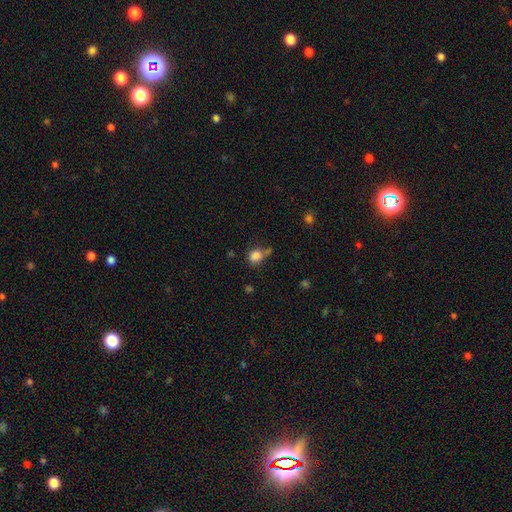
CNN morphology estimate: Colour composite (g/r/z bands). It shows a smooth galaxy with no disk features (83%) that is round (62%). Merging: none (48%).